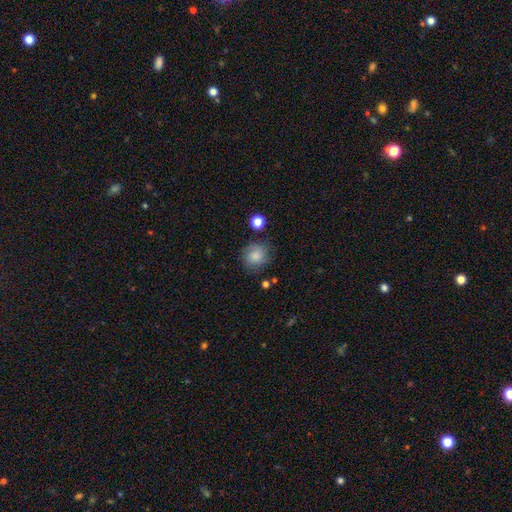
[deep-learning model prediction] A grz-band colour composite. It shows a smooth galaxy with no disk features (75%) that is round (84%). Merging: none (74%).